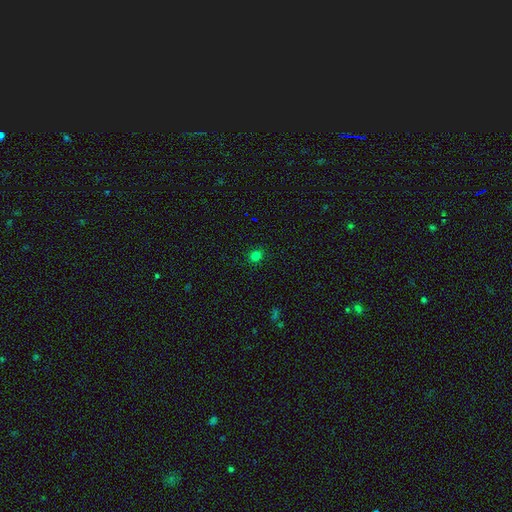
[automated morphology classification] smooth_or_featured: smooth (p=0.78) [alt: star or artifact p=0.17]
how_rounded: round (p=0.83) [alt: in between p=0.16]
merging: none (p=0.90) [alt: minor disturbance p=0.07]